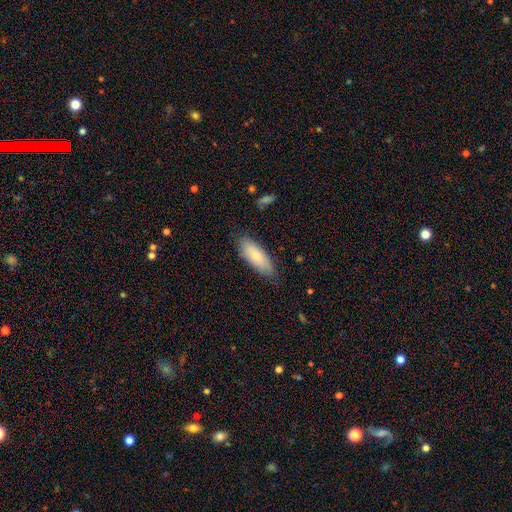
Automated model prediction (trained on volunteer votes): Smooth or featured: smooth — 80% (featured or disk — 14%)
How rounded: in between — 70% (cigar-shaped — 29%)
Merging: none — 78% (minor disturbance — 17%)